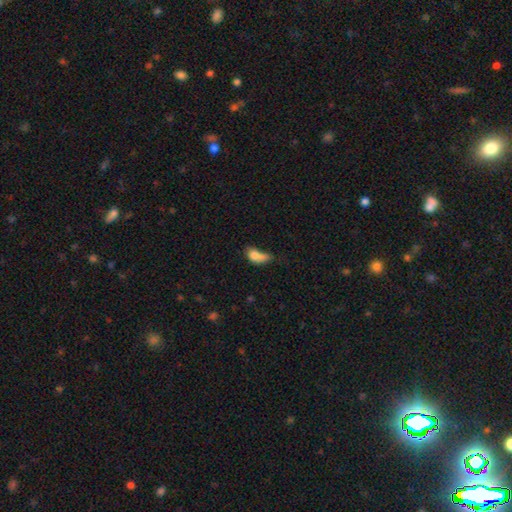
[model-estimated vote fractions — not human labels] A smooth galaxy with no disk features (73%) that is in between round and cigar-shaped (77%).

Vote fractions:
- Smooth or featured? smooth: 73% / featured or disk: 16% / star or artifact: 10%
- How rounded? in between: 77% / round: 16% / cigar-shaped: 7%
- Merging? major disturbance: 32% / minor disturbance: 24% / merger: 24% / none: 20%